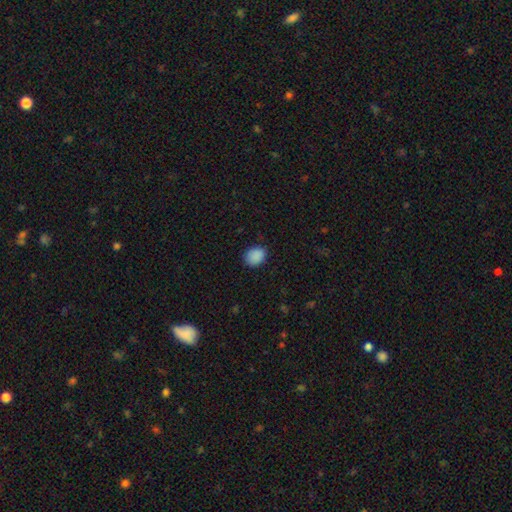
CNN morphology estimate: Smooth or featured?
  - smooth: 89% *
  - star or artifact: 9%
  - featured or disk: 3%
How rounded?
  - round: 50% *
  - in between: 49%
  - cigar-shaped: 1%
Merging?
  - none: 84% *
  - minor disturbance: 13%
  - major disturbance: 3%
  - merger: 1%